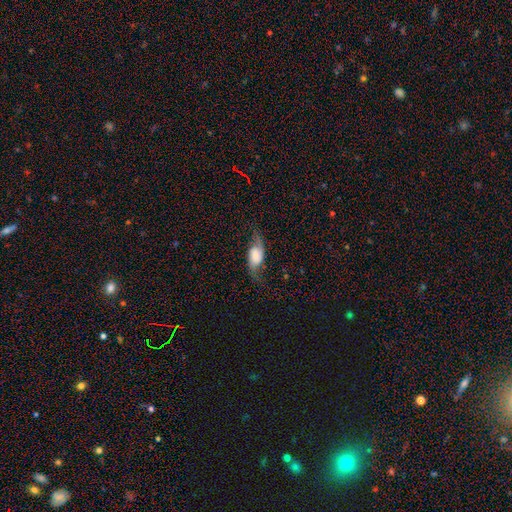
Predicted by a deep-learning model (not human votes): Smooth or featured?
  - featured or disk: 66% *
  - smooth: 26%
  - star or artifact: 9%
Edge-on disk?
  - no: 91% *
  - yes: 9%
Bar?
  - no: 58% *
  - weak: 30%
  - strong: 12%
Spiral arms?
  - yes: 93% *
  - no: 7%
Spiral winding?
  - loose: 78% *
  - medium: 17%
  - tight: 5%
Spiral arm count?
  - 2: 92% *
  - can't tell: 2%
  - 1: 2%
  - 3: 1%
  - 4: 1%
  - more than 4: 1%
Bulge size?
  - large: 29% *
  - dominant: 22%
  - none: 21%
  - small: 15%
  - moderate: 14%
Merging?
  - none: 68% *
  - minor disturbance: 18%
  - major disturbance: 13%
  - merger: 2%